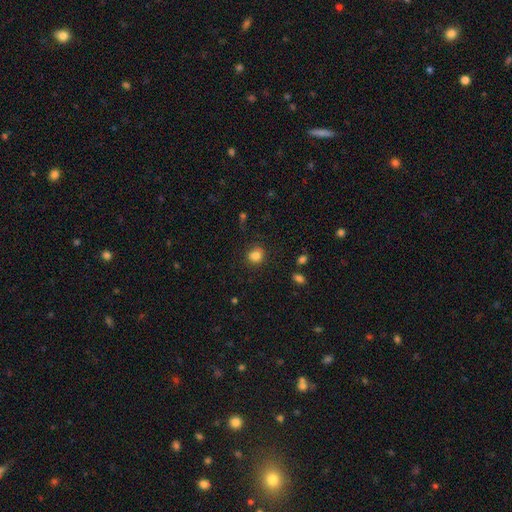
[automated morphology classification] smooth-or-featured: smooth: 84% | star or artifact: 11% | featured or disk: 5%
  how-rounded: round: 78% | in between: 21% | cigar-shaped: 1%
  merging: none: 81% | minor disturbance: 13% | major disturbance: 4% | merger: 2%